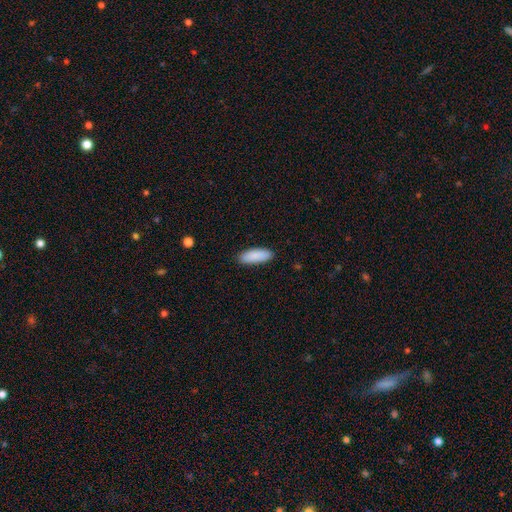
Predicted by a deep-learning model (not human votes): Smooth or featured? smooth (90%)
How rounded? in between (72%)
Merging? none (88%)